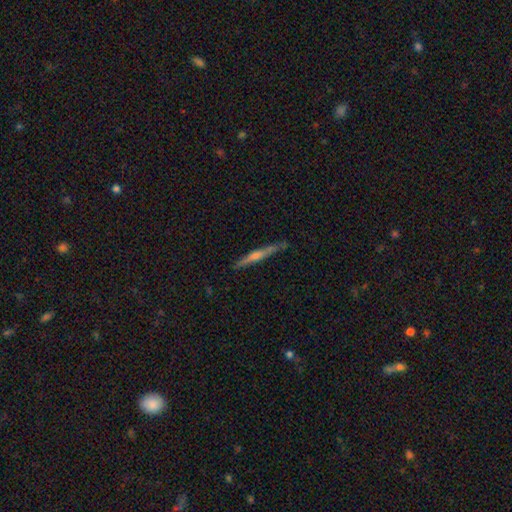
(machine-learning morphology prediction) A featured or disk galaxy (71%) viewed edge-on (97%) with a rounded central bulge (77%). Merging: none (89%).